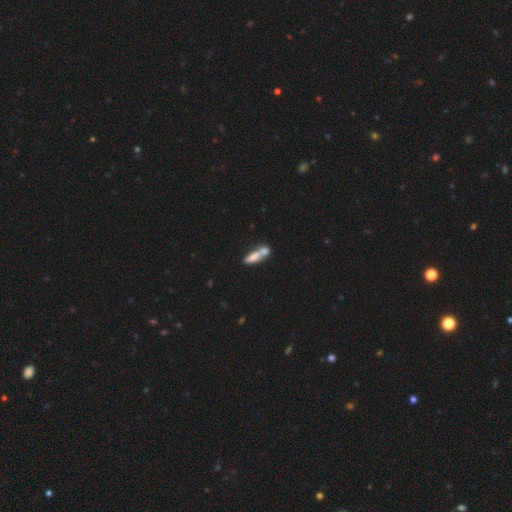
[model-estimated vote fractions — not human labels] smooth 71%, featured or disk 21%, star or artifact 9%. Down the decision tree: how rounded — in between (49%); merging — merger (55%).